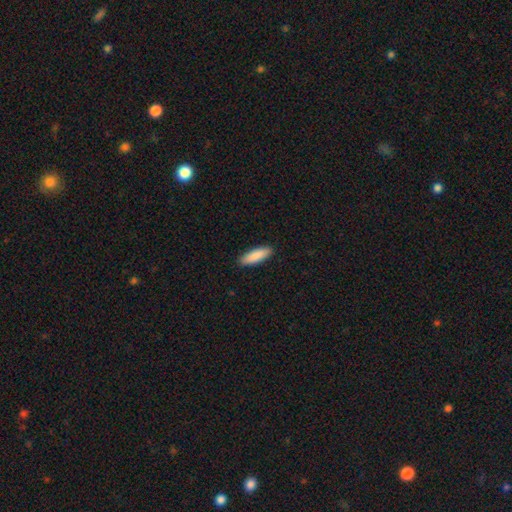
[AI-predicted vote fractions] Smooth or featured: smooth — 89% (featured or disk — 5%)
How rounded: cigar-shaped — 51% (in between — 48%)
Merging: none — 91% (minor disturbance — 7%)